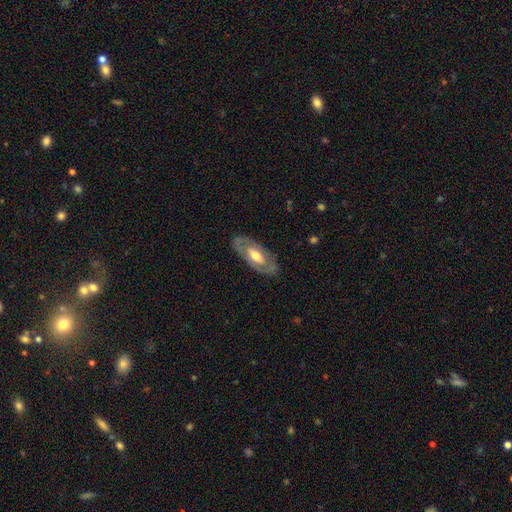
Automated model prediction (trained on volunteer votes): The model was most divided on "spiral arms": no: 62%, yes: 38%. More confident: edge-on disk — no (84%); merging — none (82%); bulge size — moderate (67%); smooth or featured — featured or disk (63%); bar — no (57%).